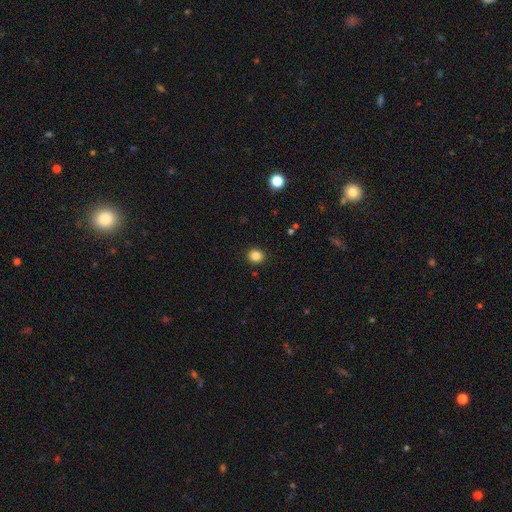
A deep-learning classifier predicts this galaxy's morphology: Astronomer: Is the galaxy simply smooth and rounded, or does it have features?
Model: smooth — 85%.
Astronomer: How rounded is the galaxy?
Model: round — 82%.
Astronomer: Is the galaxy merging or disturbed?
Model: none — 91%.